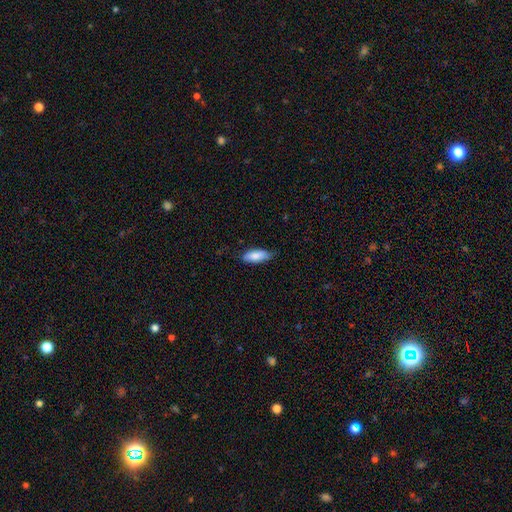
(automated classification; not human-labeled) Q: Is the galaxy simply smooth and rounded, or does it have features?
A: smooth — 84%.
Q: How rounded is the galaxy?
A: in between — 75%.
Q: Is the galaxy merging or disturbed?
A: none — 71%.